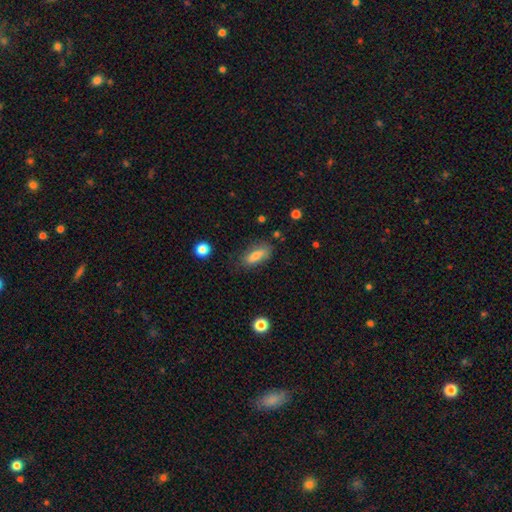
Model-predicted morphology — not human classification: A smooth galaxy with no disk features (77%) that is in between round and cigar-shaped (72%).

Vote fractions:
- Smooth or featured? smooth: 77% / featured or disk: 15% / star or artifact: 8%
- How rounded? in between: 72% / cigar-shaped: 25% / round: 3%
- Merging? none: 72% / minor disturbance: 20% / major disturbance: 6% / merger: 3%